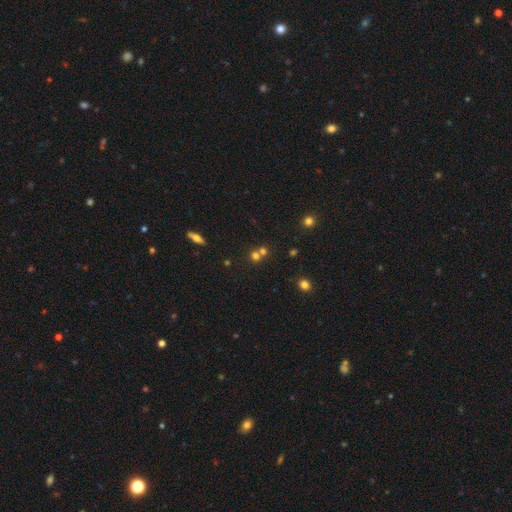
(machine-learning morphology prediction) A smooth galaxy with no disk features (65%) that is round (86%). Merging: none (48%).